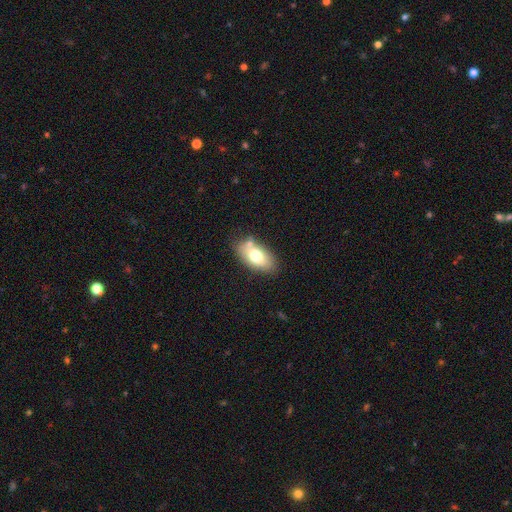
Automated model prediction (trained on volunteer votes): smooth-or-featured: smooth: 73% | featured or disk: 20% | star or artifact: 8%
  how-rounded: in between: 92% | round: 4% | cigar-shaped: 4%
  merging: none: 73% | minor disturbance: 15% | merger: 8% | major disturbance: 4%